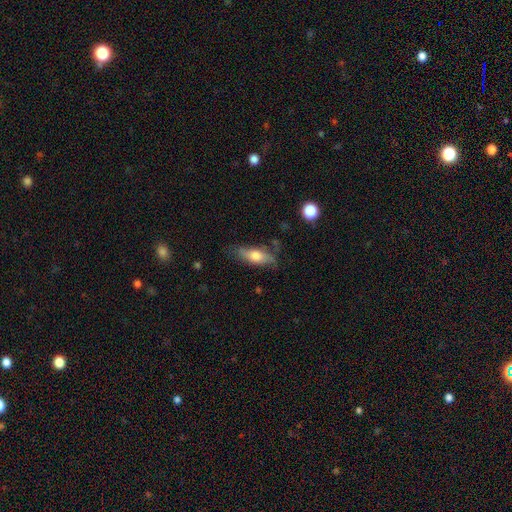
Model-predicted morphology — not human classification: Smooth or featured: smooth — 63% (featured or disk — 30%)
How rounded: in between — 61% (cigar-shaped — 36%)
Merging: none — 68% (minor disturbance — 23%)